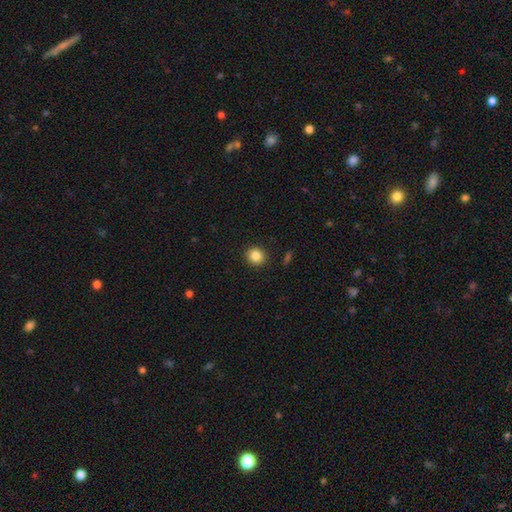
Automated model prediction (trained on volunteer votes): Smooth or featured? smooth (85%)
How rounded? round (86%)
Merging? none (91%)